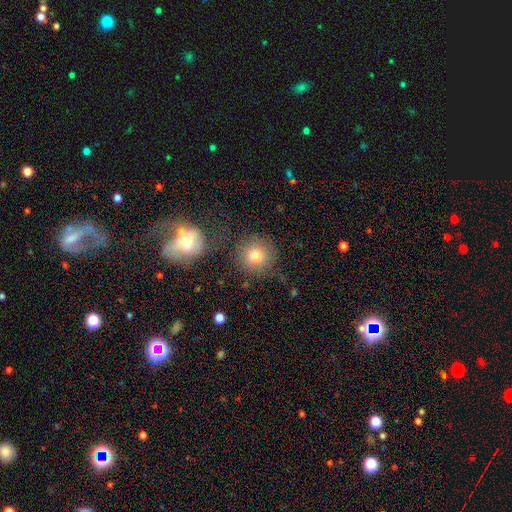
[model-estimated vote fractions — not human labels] smooth 77%, featured or disk 12%, star or artifact 11%. Down the decision tree: how rounded — round (93%); merging — none (77%).